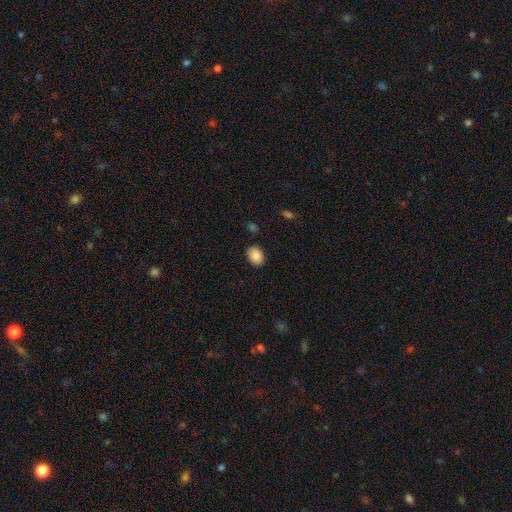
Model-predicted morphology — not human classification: The model was most divided on "how rounded": in between: 69%, round: 30%, cigar-shaped: 1%. More confident: smooth or featured — smooth (87%); merging — none (87%).